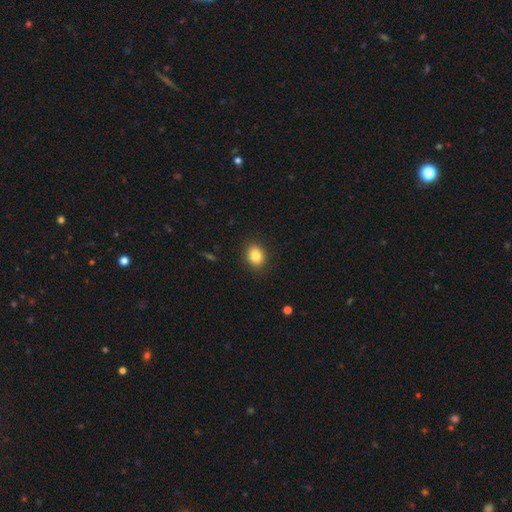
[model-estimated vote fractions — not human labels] This appears to be a smooth galaxy with no disk features (84%) that is round (55%). Merging: none (89%).